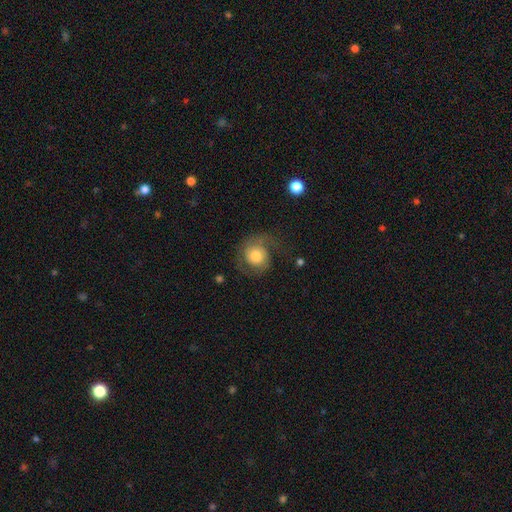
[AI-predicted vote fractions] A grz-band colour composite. It shows a featured or disk galaxy (51%). Merging: none (55%).